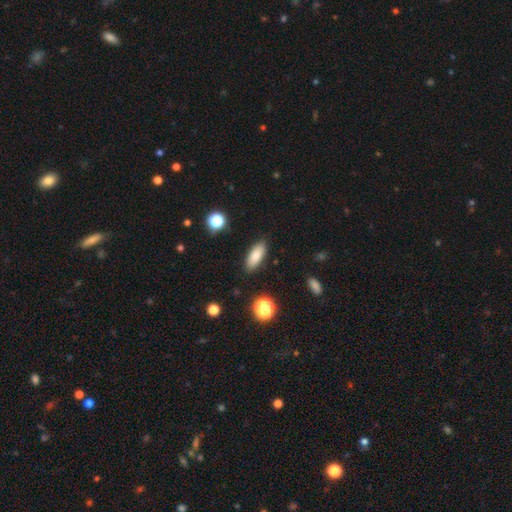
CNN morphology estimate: This appears to be a smooth galaxy with no disk features (79%) that is in between round and cigar-shaped (76%). Merging: none (86%).